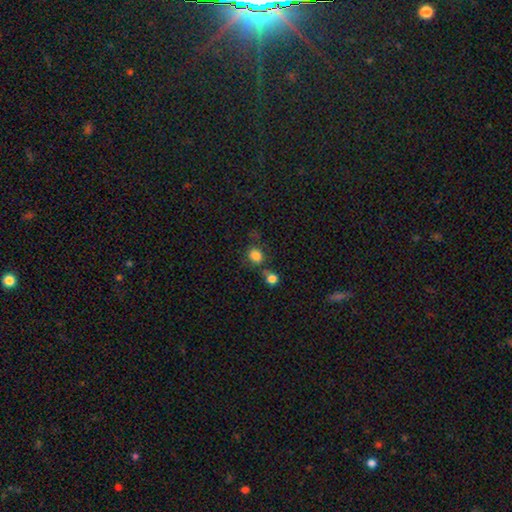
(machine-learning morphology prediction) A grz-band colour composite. It shows a smooth galaxy with no disk features (81%) that is round (70%). Merging: none (58%).